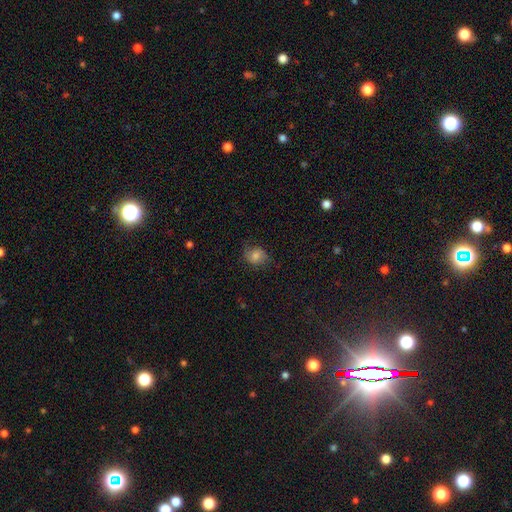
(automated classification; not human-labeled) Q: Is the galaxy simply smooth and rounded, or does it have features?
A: smooth — 74%.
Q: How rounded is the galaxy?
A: round — 60%.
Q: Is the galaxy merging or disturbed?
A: none — 68%.